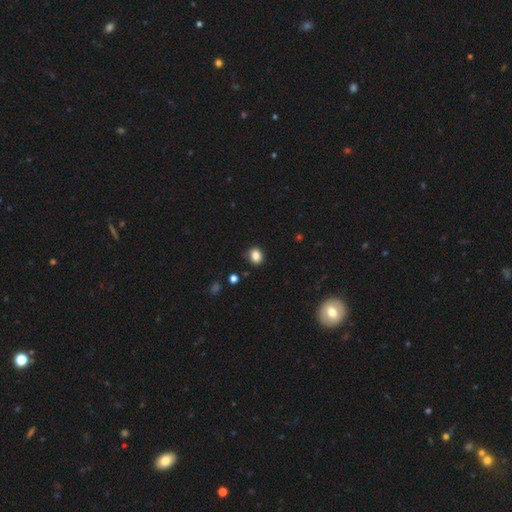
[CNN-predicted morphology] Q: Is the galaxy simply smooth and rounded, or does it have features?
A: smooth — 85%.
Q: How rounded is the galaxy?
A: round — 56%.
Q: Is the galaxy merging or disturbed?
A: none — 87%.